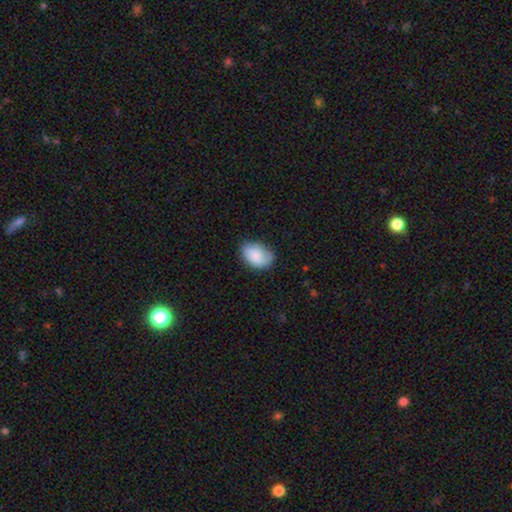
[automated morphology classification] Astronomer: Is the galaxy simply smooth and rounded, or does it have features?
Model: smooth — 77%.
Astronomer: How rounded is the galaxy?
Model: in between — 81%.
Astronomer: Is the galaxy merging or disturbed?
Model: none — 67%.